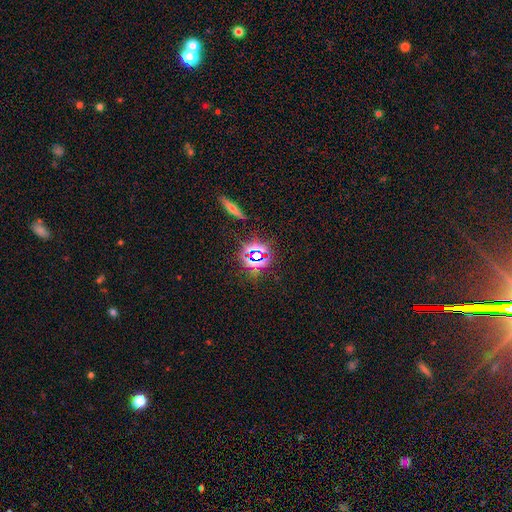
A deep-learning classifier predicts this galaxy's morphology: A star or artifact, not a galaxy (70%).